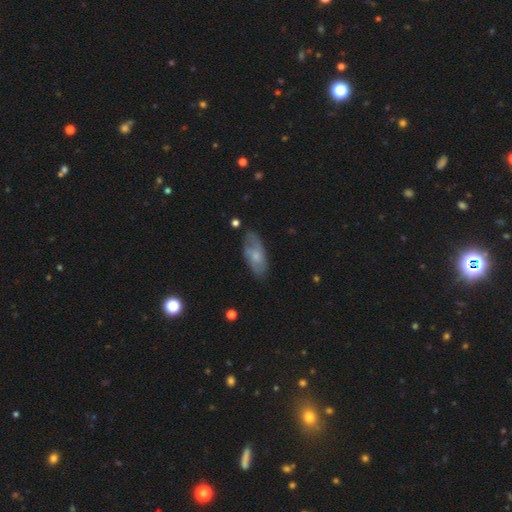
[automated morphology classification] A smooth galaxy with no disk features (53%) that is in between round and cigar-shaped (87%). Merging: none (70%).